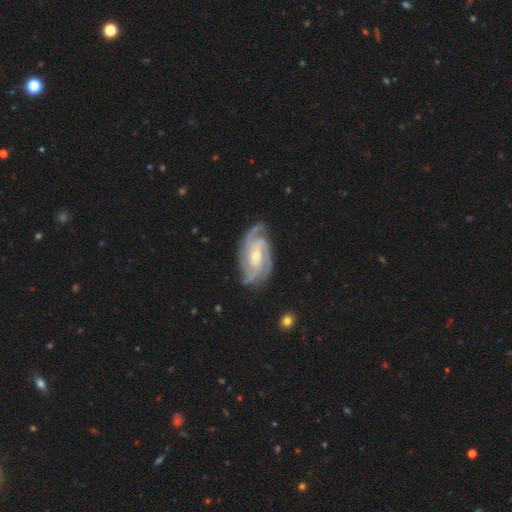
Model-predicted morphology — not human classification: Smooth or featured?
  - featured or disk: 93% *
  - star or artifact: 4%
  - smooth: 4%
Edge-on disk?
  - no: 97% *
  - yes: 3%
Bar?
  - no: 51% *
  - weak: 34%
  - strong: 15%
Spiral arms?
  - yes: 99% *
  - no: 1%
Spiral winding?
  - tight: 62% *
  - medium: 34%
  - loose: 5%
Spiral arm count?
  - 3: 44% *
  - 4: 20%
  - 2: 17%
  - can't tell: 9%
  - more than 4: 5%
  - 1: 5%
Bulge size?
  - small: 59% *
  - moderate: 38%
  - large: 1%
  - none: 1%
  - dominant: 1%
Merging?
  - none: 79% *
  - minor disturbance: 16%
  - major disturbance: 4%
  - merger: 1%